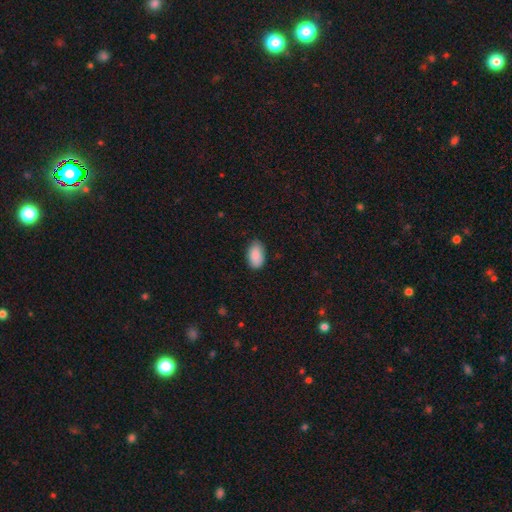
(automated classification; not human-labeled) smooth_or_featured: smooth (p=0.90) [alt: star or artifact p=0.07]
how_rounded: in between (p=0.93) [alt: round p=0.06]
merging: none (p=0.82) [alt: minor disturbance p=0.15]